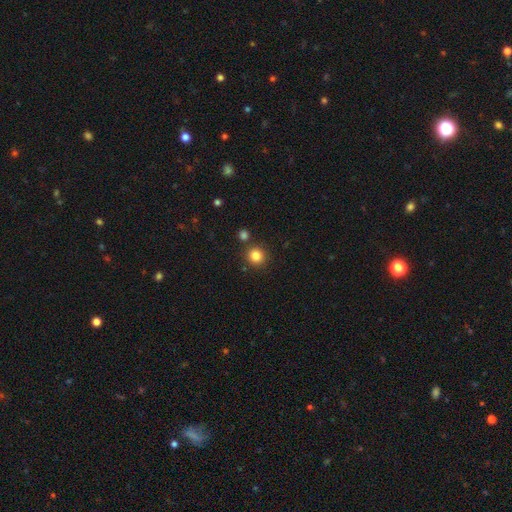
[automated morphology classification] Smooth or featured?
  - smooth: 84% *
  - star or artifact: 12%
  - featured or disk: 5%
How rounded?
  - round: 92% *
  - in between: 7%
  - cigar-shaped: 1%
Merging?
  - none: 84% *
  - minor disturbance: 7%
  - merger: 7%
  - major disturbance: 2%